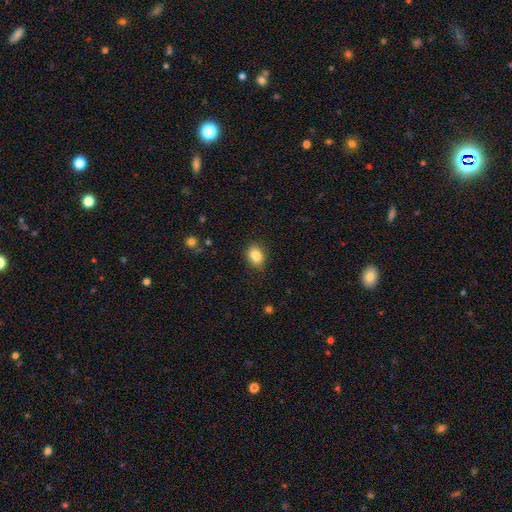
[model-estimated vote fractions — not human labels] This is clearly a smooth galaxy (86%). How rounded: likely in between (69%). Merging: likely none (79%).